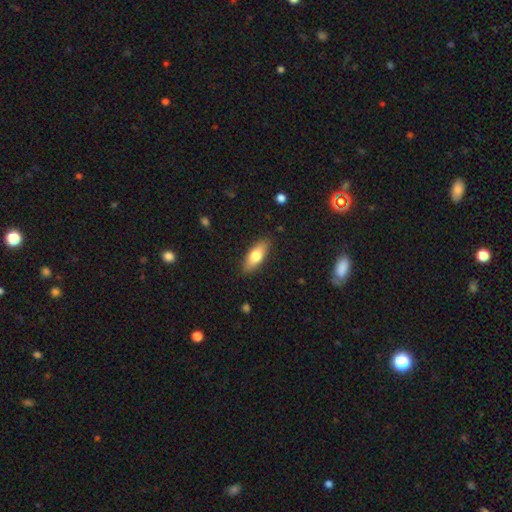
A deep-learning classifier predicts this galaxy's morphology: A smooth galaxy with no disk features (71%) that is in between round and cigar-shaped (74%). Merging: none (87%).